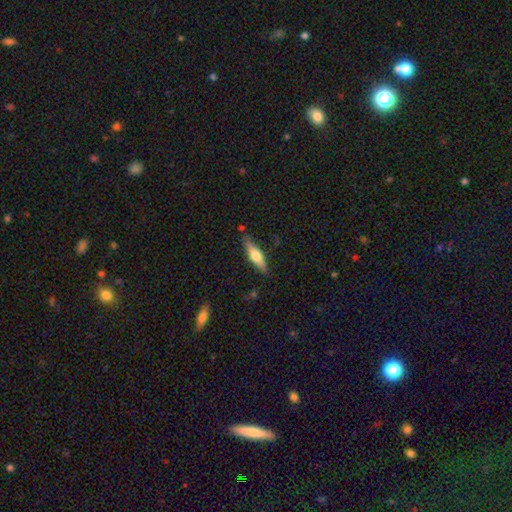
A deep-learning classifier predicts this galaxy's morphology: smooth 53%, featured or disk 42%, star or artifact 6%. Down the decision tree: how rounded — cigar-shaped (64%); merging — none (80%).